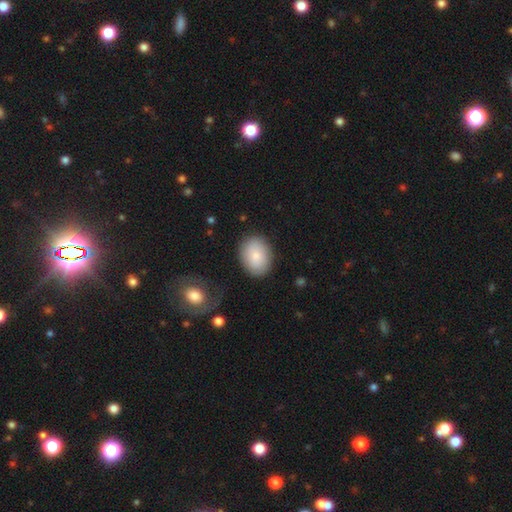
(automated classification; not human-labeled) Overall: smooth (84%). How rounded: in between (67%; round 32%). Merging: none (84%).